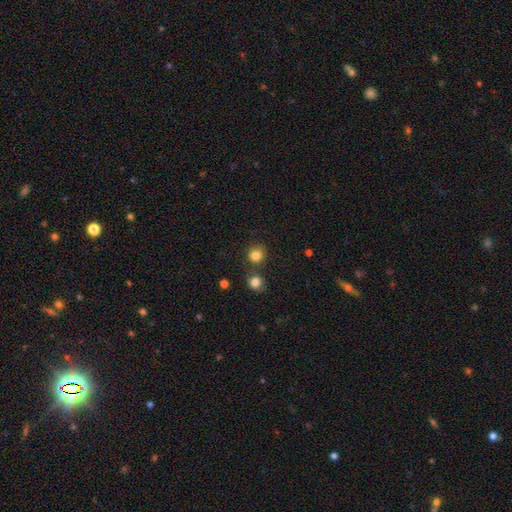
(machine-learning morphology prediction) The model was most divided on "merging": none: 72%, merger: 15%, minor disturbance: 10%, major disturbance: 3%. More confident: how rounded — round (87%); smooth or featured — smooth (83%).